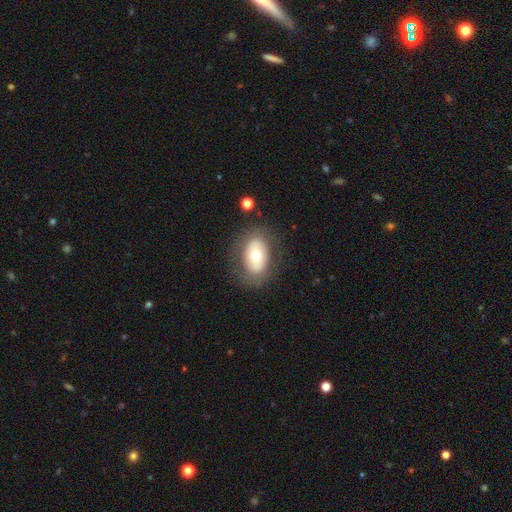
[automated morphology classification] Smooth or featured? Predicted: smooth (p=0.58). How rounded? Predicted: in between (p=0.83). Merging? Predicted: none (p=0.79).